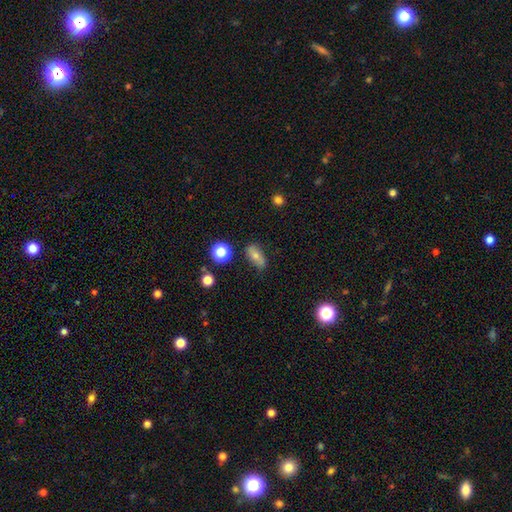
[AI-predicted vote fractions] smooth-or-featured: smooth: 65% | featured or disk: 24% | star or artifact: 12%
  how-rounded: in between: 74% | cigar-shaped: 16% | round: 10%
  merging: none: 75% | minor disturbance: 17% | major disturbance: 4% | merger: 3%